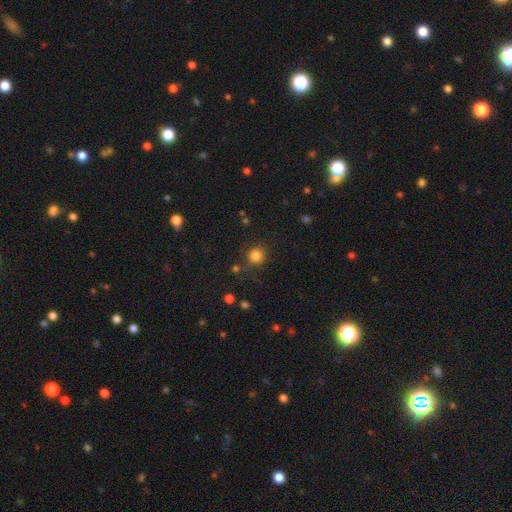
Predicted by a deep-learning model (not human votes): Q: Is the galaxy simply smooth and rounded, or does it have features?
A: smooth — 82%.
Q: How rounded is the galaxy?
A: round — 91%.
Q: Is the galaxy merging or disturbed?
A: none — 81%.